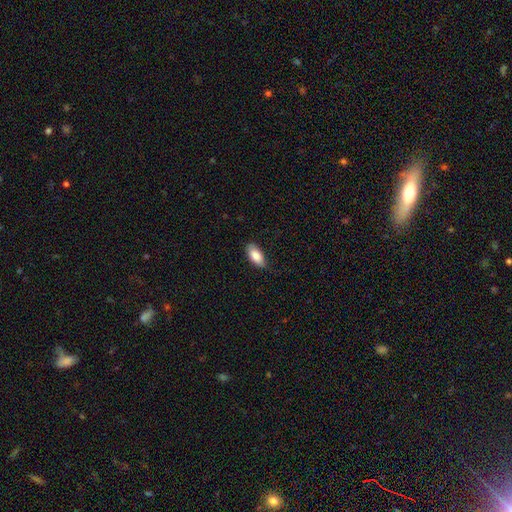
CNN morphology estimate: This is clearly a smooth galaxy (84%). How rounded: clearly in between (90%). Merging: clearly none (80%).